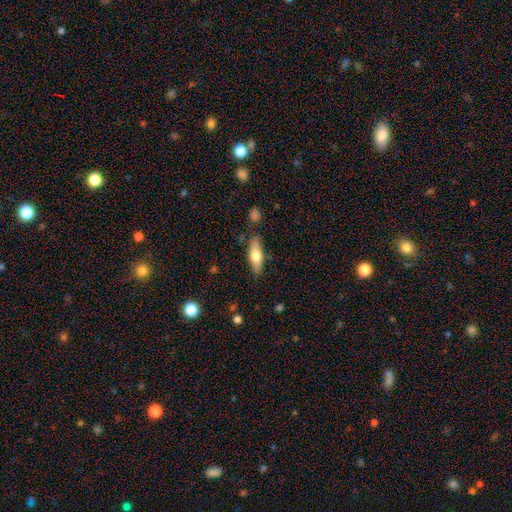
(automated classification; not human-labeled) Q: Smooth or featured?
A: smooth (62%); runner-up: featured or disk (32%)
Q: How rounded?
A: in between (56%); runner-up: cigar-shaped (42%)
Q: Merging?
A: none (79%); runner-up: minor disturbance (15%)